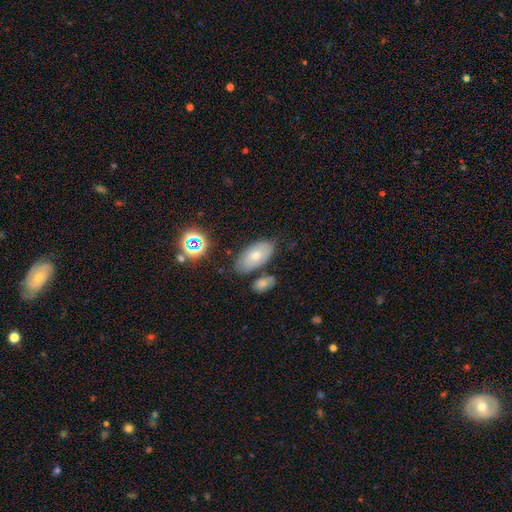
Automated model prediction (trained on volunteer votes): This is likely a smooth galaxy (68%). How rounded: clearly in between (93%). Merging: likely none (71%).